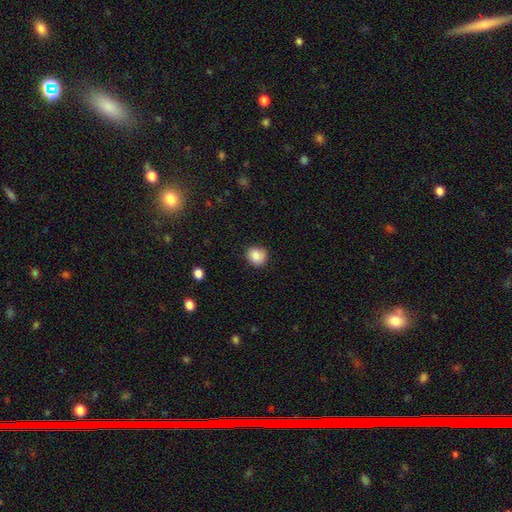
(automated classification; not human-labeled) Smooth or featured? Predicted: smooth (p=0.85). How rounded? Predicted: round (p=0.81). Merging? Predicted: none (p=0.83).